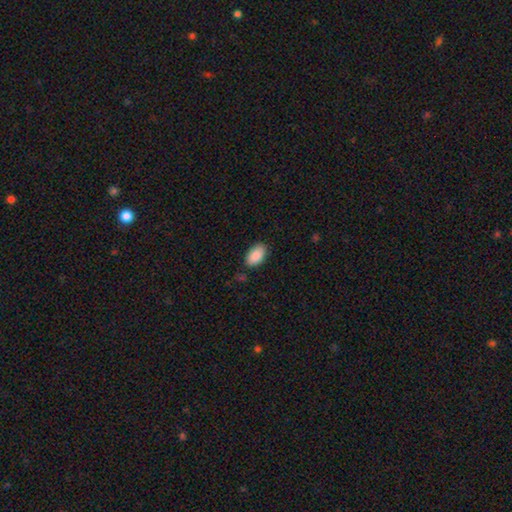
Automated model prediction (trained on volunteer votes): Morphology: type=smooth (89%); roundness=in between (94%); merging=none (82%).